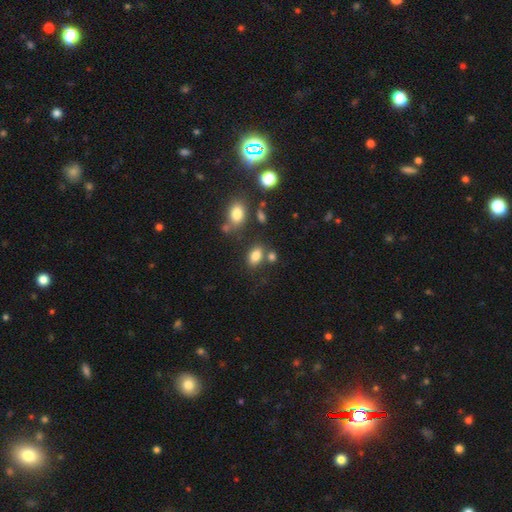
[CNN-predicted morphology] smooth_or_featured: smooth (p=0.82) [alt: star or artifact p=0.10]
how_rounded: in between (p=0.85) [alt: round p=0.13]
merging: none (p=0.67) [alt: merger p=0.15]